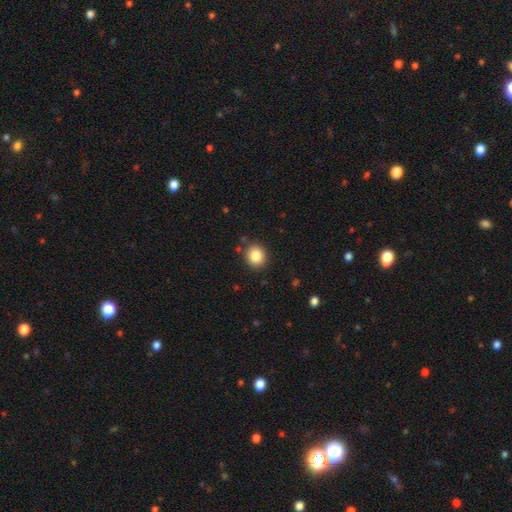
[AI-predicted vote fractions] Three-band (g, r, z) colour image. It shows a smooth galaxy with no disk features (85%) that is round (80%). Merging: none (88%).